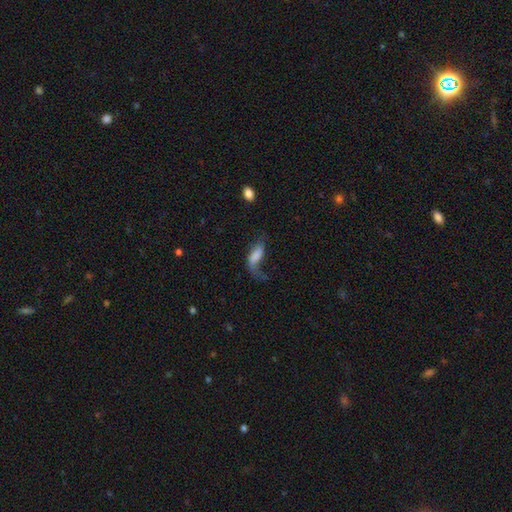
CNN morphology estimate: Smooth or featured?
  - smooth: 58% *
  - featured or disk: 33%
  - star or artifact: 9%
How rounded?
  - in between: 75% *
  - cigar-shaped: 21%
  - round: 4%
Merging?
  - major disturbance: 48% *
  - none: 27%
  - minor disturbance: 19%
  - merger: 6%